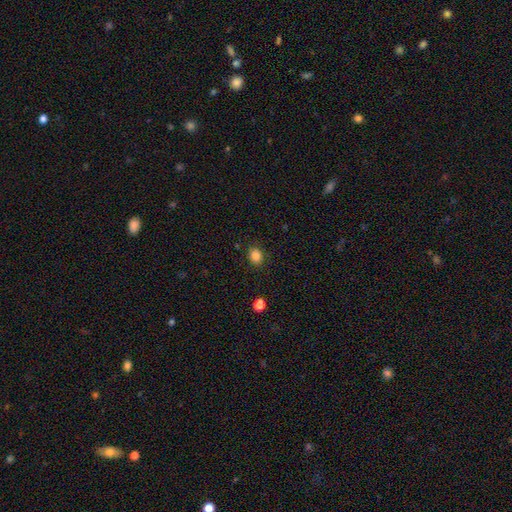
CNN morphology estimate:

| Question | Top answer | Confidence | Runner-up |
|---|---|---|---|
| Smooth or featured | smooth | 84% | star or artifact (11%) |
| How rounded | round | 60% | in between (39%) |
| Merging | none | 88% | minor disturbance (9%) |